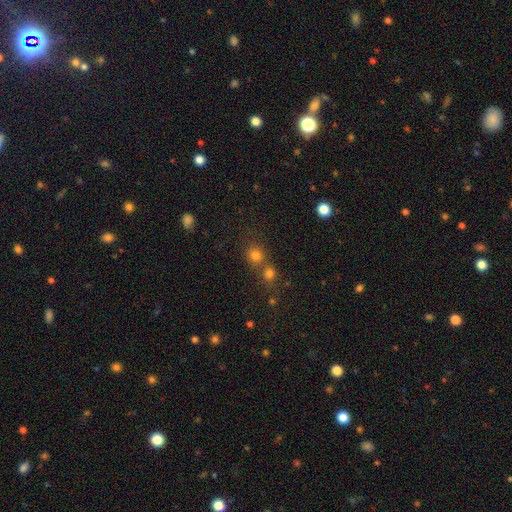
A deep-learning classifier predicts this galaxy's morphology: smooth-or-featured: smooth: 70% | star or artifact: 23% | featured or disk: 8%
  how-rounded: round: 87% | in between: 12% | cigar-shaped: 1%
  merging: none: 56% | merger: 35% | minor disturbance: 7% | major disturbance: 3%